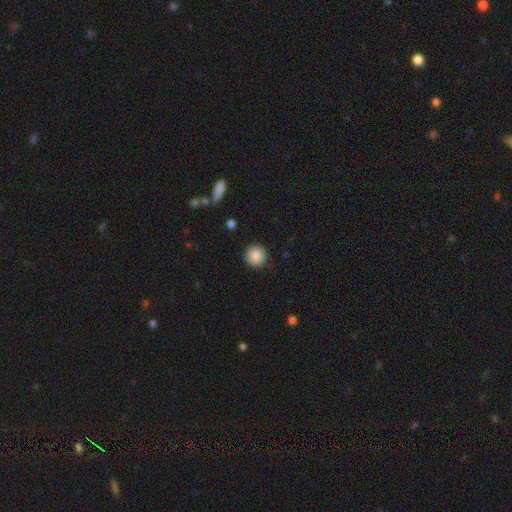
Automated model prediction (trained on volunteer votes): Smooth or featured?
  - smooth: 88% *
  - star or artifact: 8%
  - featured or disk: 4%
How rounded?
  - round: 94% *
  - in between: 5%
  - cigar-shaped: 1%
Merging?
  - none: 91% *
  - minor disturbance: 6%
  - major disturbance: 2%
  - merger: 1%